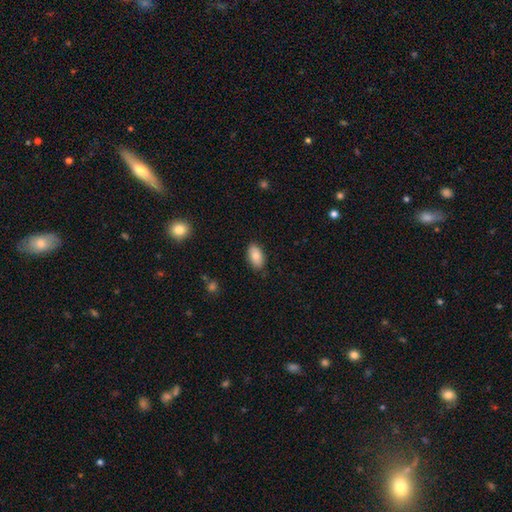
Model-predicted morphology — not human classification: Smooth or featured? smooth (82%)
How rounded? in between (93%)
Merging? none (85%)